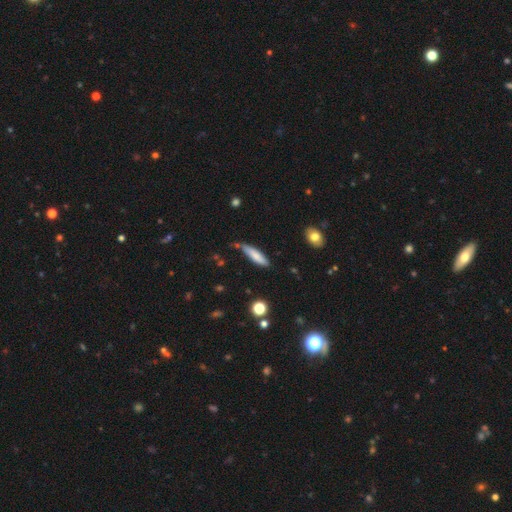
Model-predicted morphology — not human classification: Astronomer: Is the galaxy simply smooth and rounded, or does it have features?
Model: smooth — 76%.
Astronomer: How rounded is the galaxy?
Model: cigar-shaped — 76%.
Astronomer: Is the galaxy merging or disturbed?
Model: none — 65%.